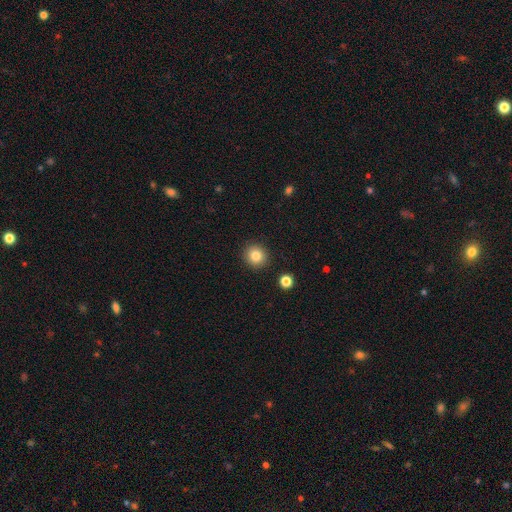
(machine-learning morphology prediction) This is clearly a smooth galaxy (83%). How rounded: clearly round (92%). Merging: clearly none (91%).